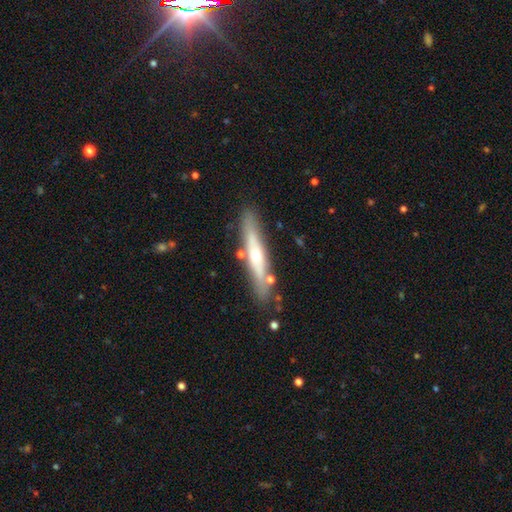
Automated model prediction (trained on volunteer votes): A featured or disk galaxy (60%) viewed edge-on (81%).

Vote fractions:
- Smooth or featured? featured or disk: 60% / smooth: 34% / star or artifact: 6%
- Edge-on disk? yes: 81% / no: 19%
- Merging? none: 81% / minor disturbance: 12% / merger: 5% / major disturbance: 3%